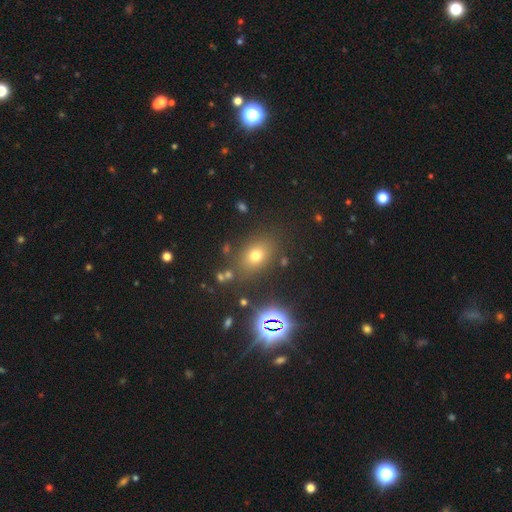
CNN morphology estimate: Smooth or featured? smooth (68%)
How rounded? in between (62%)
Merging? none (79%)